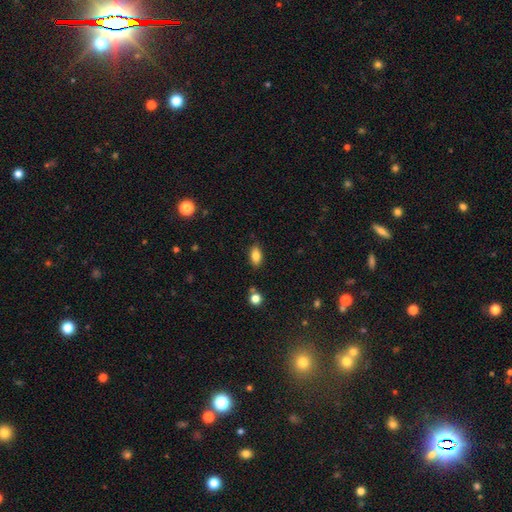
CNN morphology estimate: The model was most divided on "smooth or featured": smooth: 83%, star or artifact: 9%, featured or disk: 8%. More confident: how rounded — in between (89%); merging — none (85%).